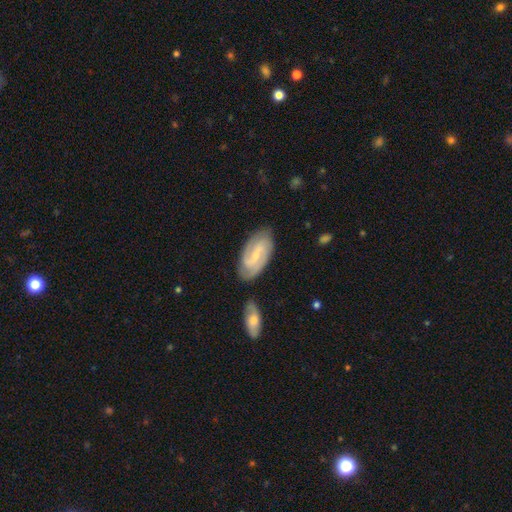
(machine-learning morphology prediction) featured or disk 77%, smooth 17%, star or artifact 5%. Down the decision tree: edge-on disk — no (95%); bar — weak (54%); spiral arms — yes (94%); spiral arm count — 2 (77%); spiral winding — medium (45%); bulge size — small (72%); merging — none (79%).